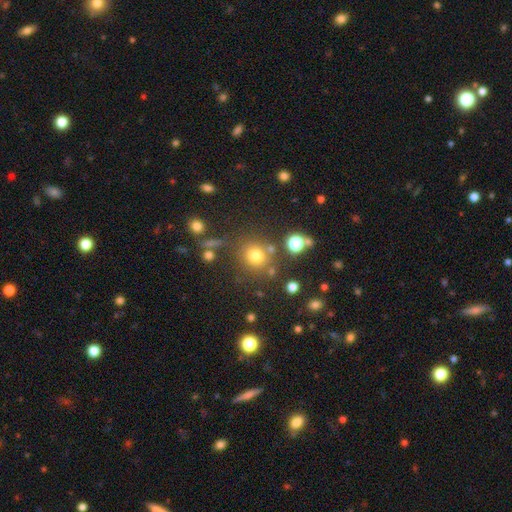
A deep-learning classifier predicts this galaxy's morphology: The model was most divided on "smooth or featured": smooth: 73%, star or artifact: 19%, featured or disk: 8%. More confident: how rounded — round (88%); merging — none (76%).